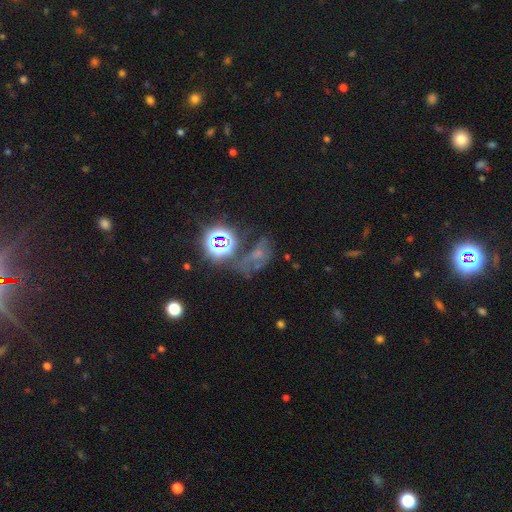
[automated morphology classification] This is possibly a star or artifact rather than a galaxy (50%).